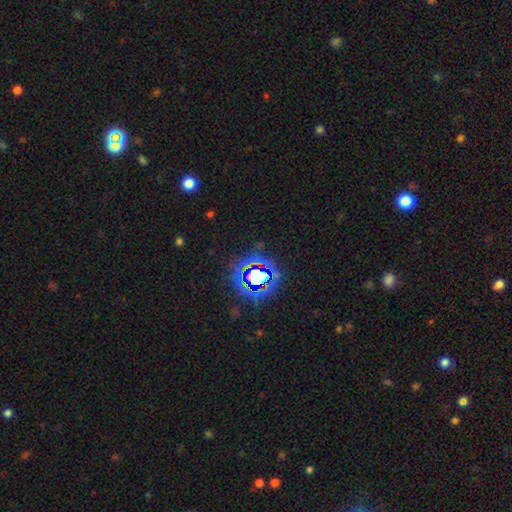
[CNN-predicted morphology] Overall: star or artifact (81%).